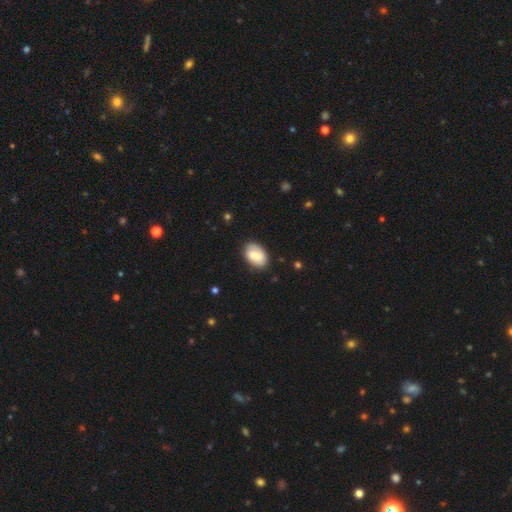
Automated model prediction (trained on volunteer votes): smooth-or-featured: smooth: 66% | featured or disk: 27% | star or artifact: 7%
  how-rounded: in between: 90% | round: 9% | cigar-shaped: 2%
  merging: none: 73% | minor disturbance: 20% | major disturbance: 5% | merger: 2%